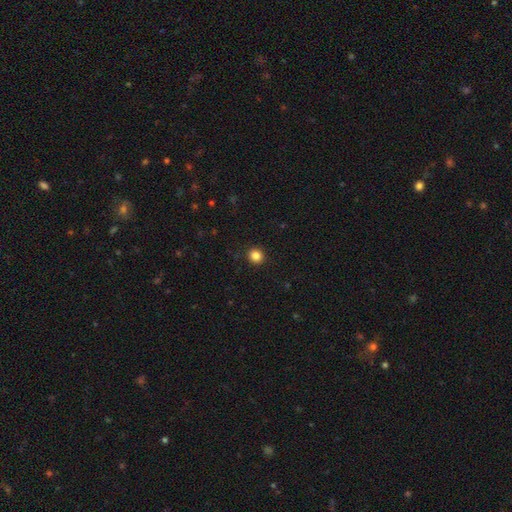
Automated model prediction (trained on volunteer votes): Smooth or featured? Predicted: smooth (p=0.85). How rounded? Predicted: round (p=0.91). Merging? Predicted: none (p=0.92).